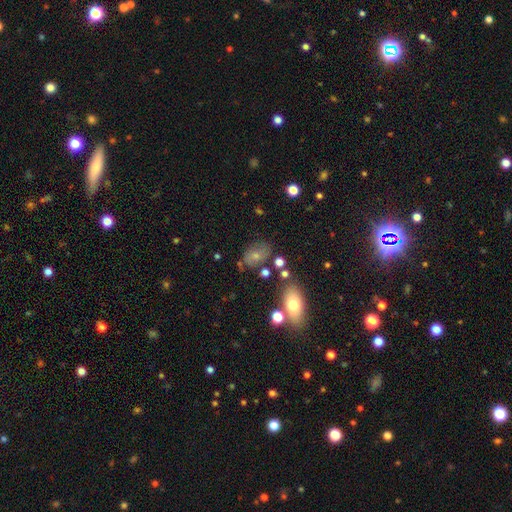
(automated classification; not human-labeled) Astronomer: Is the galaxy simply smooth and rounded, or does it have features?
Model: smooth — 67%.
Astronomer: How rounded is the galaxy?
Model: in between — 79%.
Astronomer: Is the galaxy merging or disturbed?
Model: none — 61%.